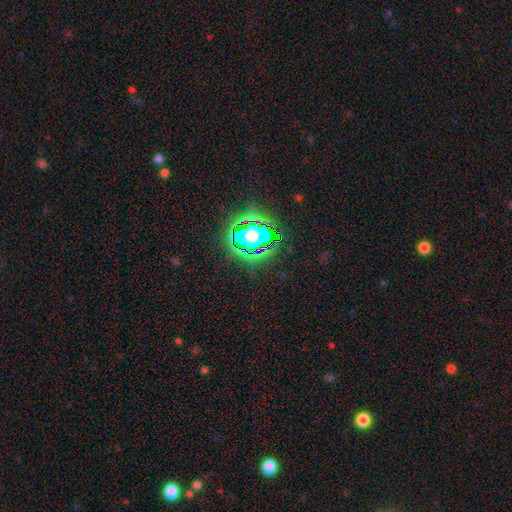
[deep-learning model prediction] smooth_or_featured: star or artifact (p=0.80) [alt: smooth p=0.13]